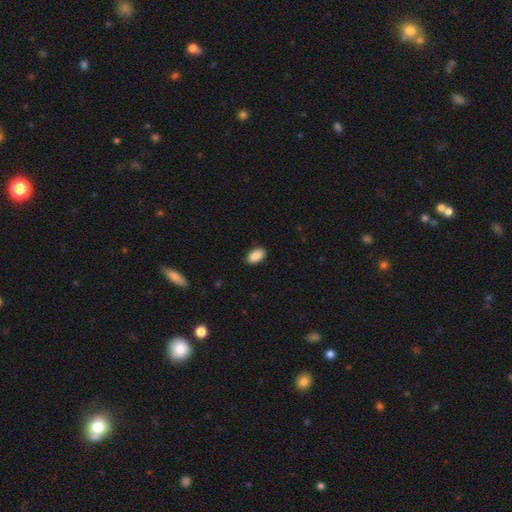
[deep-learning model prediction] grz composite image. It shows a smooth galaxy with no disk features (90%) that is in between round and cigar-shaped (93%). Merging: none (88%).